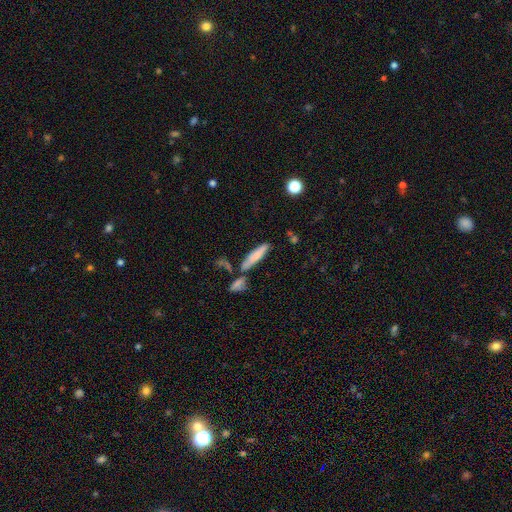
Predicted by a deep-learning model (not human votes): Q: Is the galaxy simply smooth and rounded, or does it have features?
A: smooth — 71%.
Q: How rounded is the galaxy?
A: cigar-shaped — 77%.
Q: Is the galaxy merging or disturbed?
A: none — 58%.